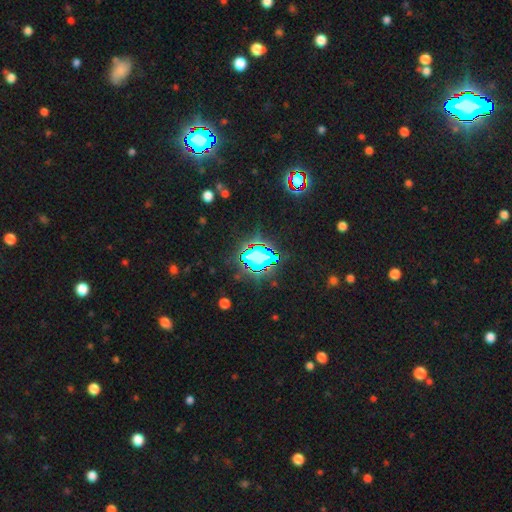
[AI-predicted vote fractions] A star or artifact, not a galaxy (82%).